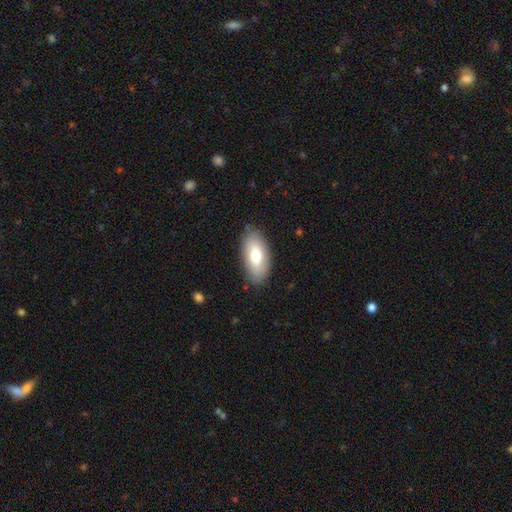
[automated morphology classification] Smooth or featured: smooth — 71% (featured or disk — 23%)
How rounded: in between — 91% (cigar-shaped — 6%)
Merging: none — 84% (minor disturbance — 12%)